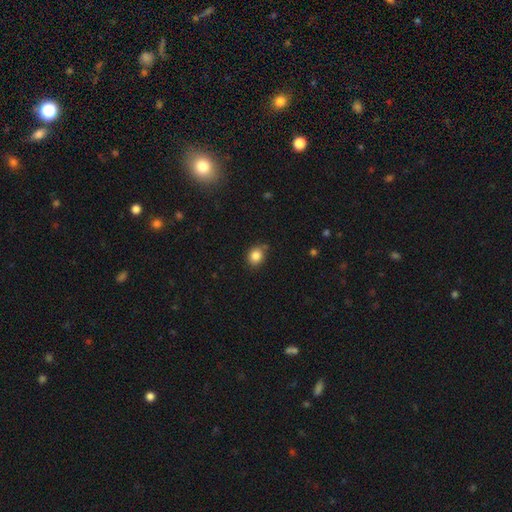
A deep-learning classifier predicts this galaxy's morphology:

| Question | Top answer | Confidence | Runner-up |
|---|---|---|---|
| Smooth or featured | smooth | 84% | star or artifact (10%) |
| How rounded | round | 65% | in between (34%) |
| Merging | none | 75% | minor disturbance (19%) |